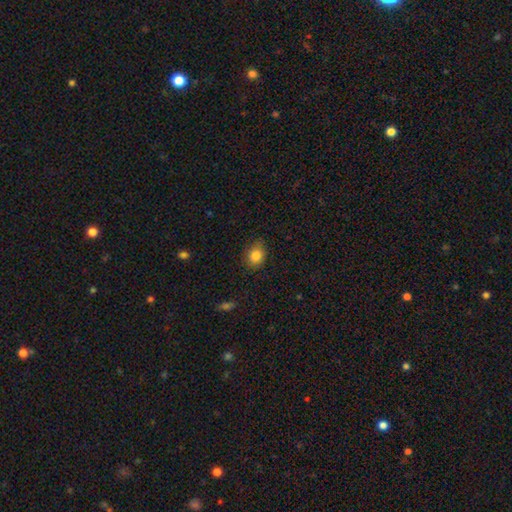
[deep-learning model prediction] Smooth or featured? Predicted: smooth (p=0.83). How rounded? Predicted: round (p=0.54). Merging? Predicted: none (p=0.79).